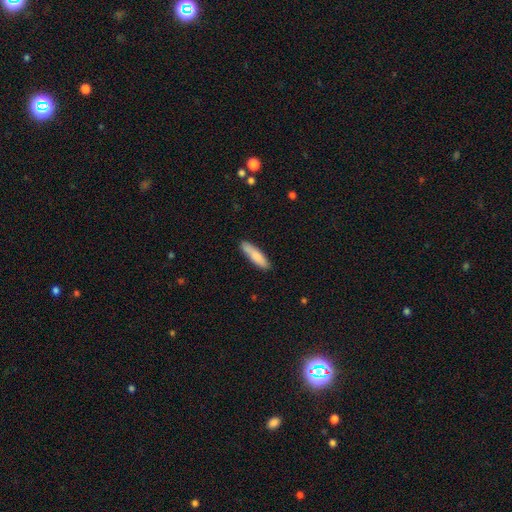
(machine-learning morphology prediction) Overall: smooth (82%). How rounded: cigar-shaped (71%). Merging: none (82%).